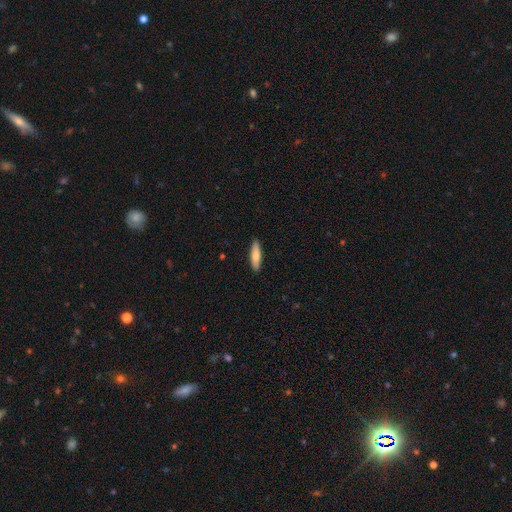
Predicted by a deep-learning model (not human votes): This appears to be a smooth galaxy with no disk features (70%) that is cigar-shaped (70%). Merging: none (90%).